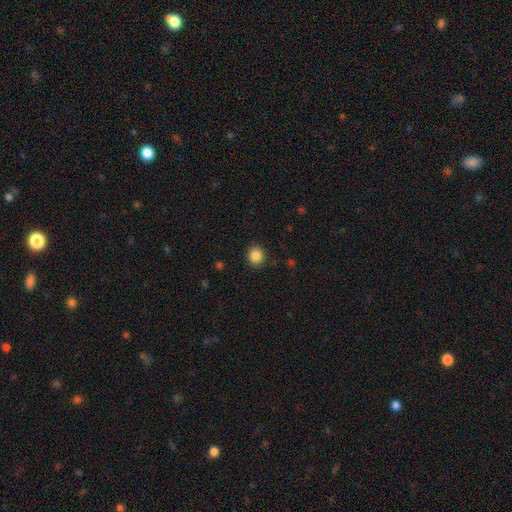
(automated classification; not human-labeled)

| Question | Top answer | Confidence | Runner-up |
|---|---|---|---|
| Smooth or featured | smooth | 86% | star or artifact (10%) |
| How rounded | round | 87% | in between (12%) |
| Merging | none | 91% | minor disturbance (6%) |